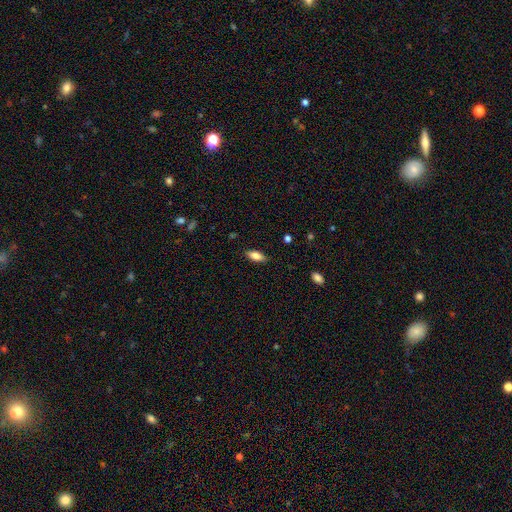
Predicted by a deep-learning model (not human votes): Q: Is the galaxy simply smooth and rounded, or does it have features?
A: smooth — 77%.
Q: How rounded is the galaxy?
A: in between — 78%.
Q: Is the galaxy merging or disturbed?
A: none — 85%.